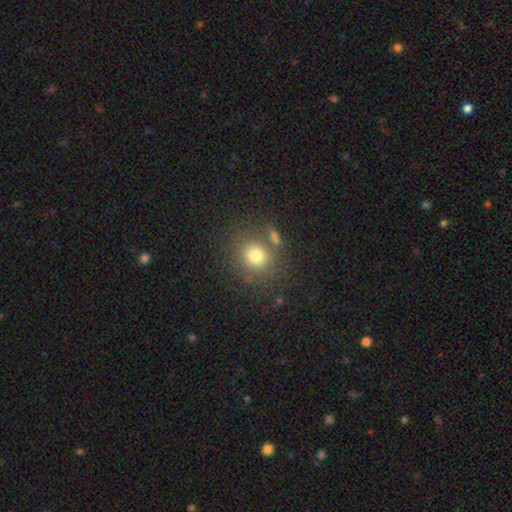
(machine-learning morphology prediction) A smooth galaxy with no disk features (75%) that is round (86%). Merging: none (76%).